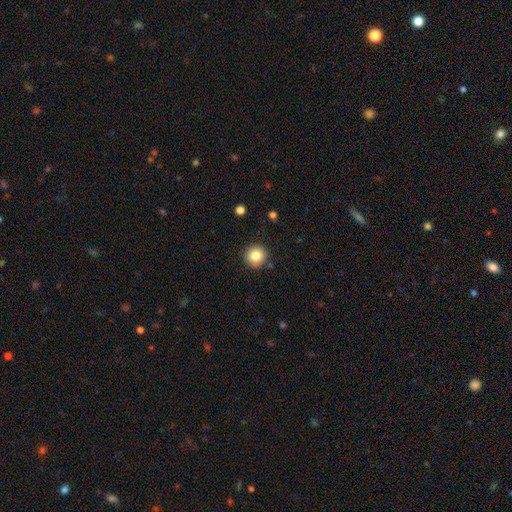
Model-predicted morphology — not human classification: smooth-or-featured: smooth: 84% | star or artifact: 10% | featured or disk: 6%
  how-rounded: round: 94% | in between: 5% | cigar-shaped: 1%
  merging: none: 89% | minor disturbance: 7% | major disturbance: 2% | merger: 2%